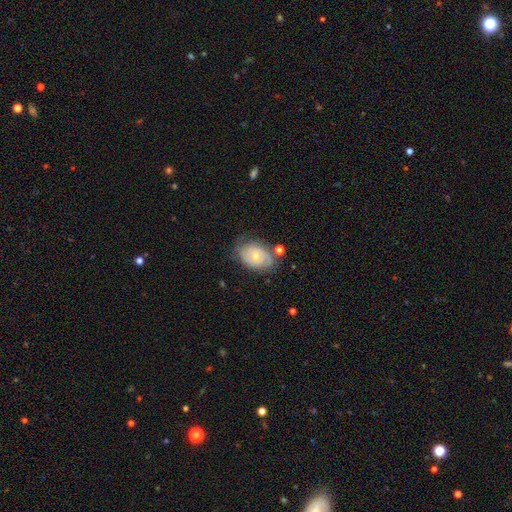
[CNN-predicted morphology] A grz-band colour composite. It shows a featured or disk galaxy (71%) with no bar (65%), 2 (54%) tight (59%) spiral arms (88%) and a small central bulge (54%). Merging: none (64%).